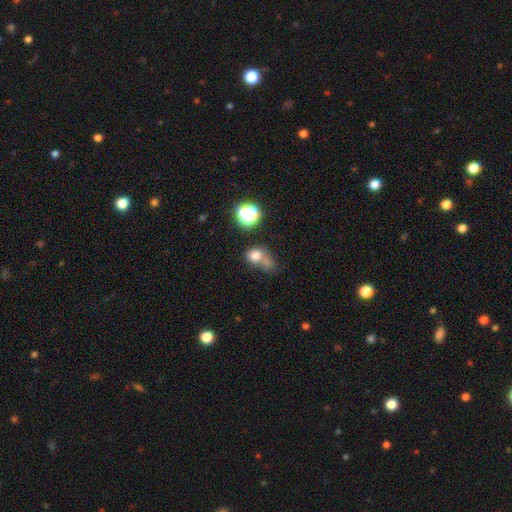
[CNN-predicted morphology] Smooth or featured? Predicted: smooth (p=0.73). How rounded? Predicted: round (p=0.64). Merging? Predicted: none (p=0.39).